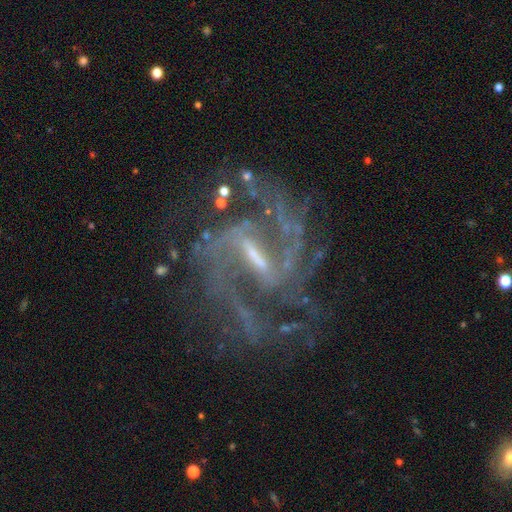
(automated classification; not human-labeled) This appears to be a featured or disk galaxy (90%) with a strong bar (46%), 2 (54%) medium (54%) spiral arms (96%) and a small central bulge (54%). Merging: none (62%).